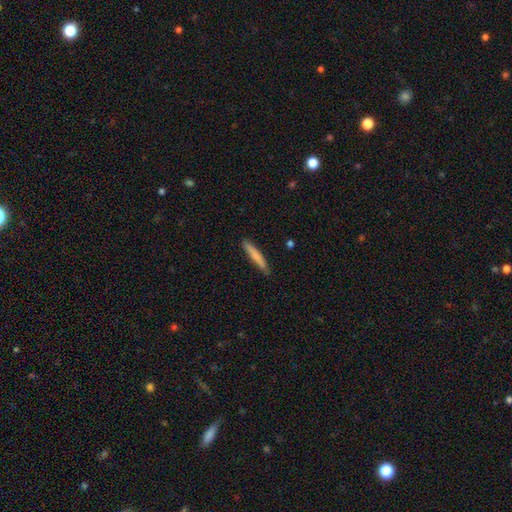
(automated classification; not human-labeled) Overall: smooth (75%). How rounded: cigar-shaped (93%). Merging: none (85%).